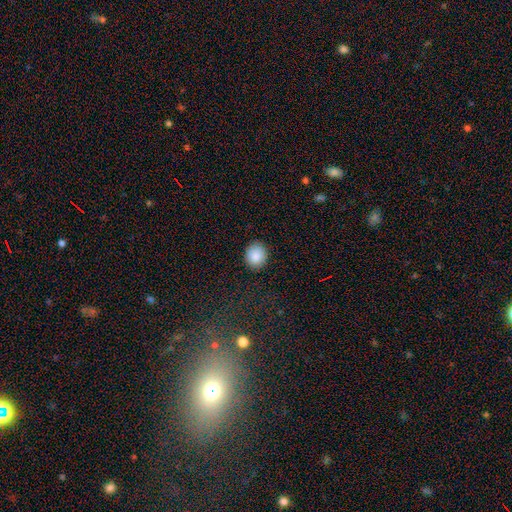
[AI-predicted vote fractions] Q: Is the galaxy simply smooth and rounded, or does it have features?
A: smooth — 88%.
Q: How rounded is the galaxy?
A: round — 77%.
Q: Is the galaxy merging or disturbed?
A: none — 89%.